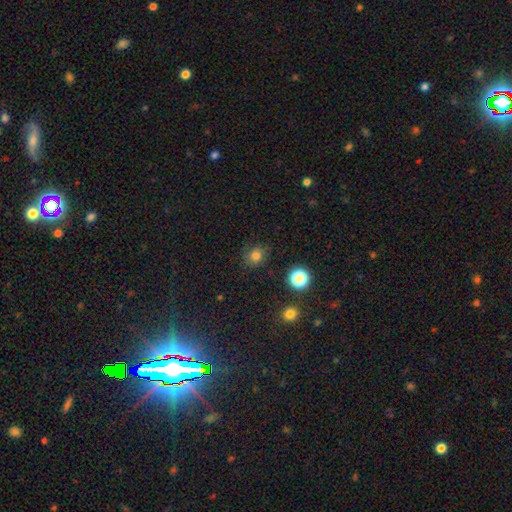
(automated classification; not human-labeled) Overall: smooth (77%). How rounded: round (76%). Merging: none (77%).